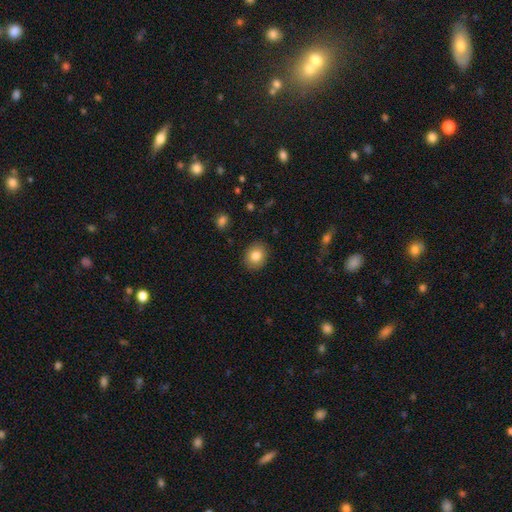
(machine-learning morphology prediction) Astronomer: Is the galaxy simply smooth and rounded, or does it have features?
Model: smooth — 83%.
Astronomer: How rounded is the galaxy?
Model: round — 58% (runner-up: in between, 41%).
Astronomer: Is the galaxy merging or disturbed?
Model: none — 89%.